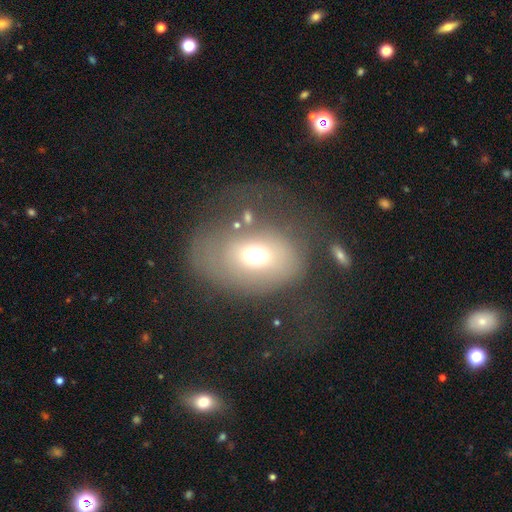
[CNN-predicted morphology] Overall: smooth (57%; featured or disk 30%). How rounded: in between (61%; round 38%). Merging: major disturbance (43%; none 32%).